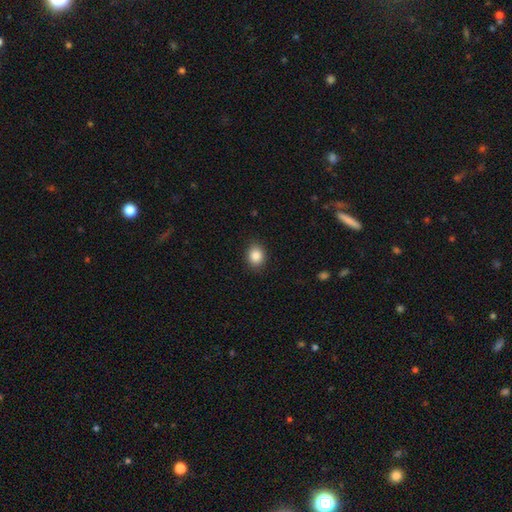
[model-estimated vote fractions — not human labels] Smooth or featured?
  - smooth: 87% *
  - star or artifact: 9%
  - featured or disk: 4%
How rounded?
  - round: 59% *
  - in between: 40%
  - cigar-shaped: 1%
Merging?
  - none: 88% *
  - minor disturbance: 9%
  - major disturbance: 2%
  - merger: 1%